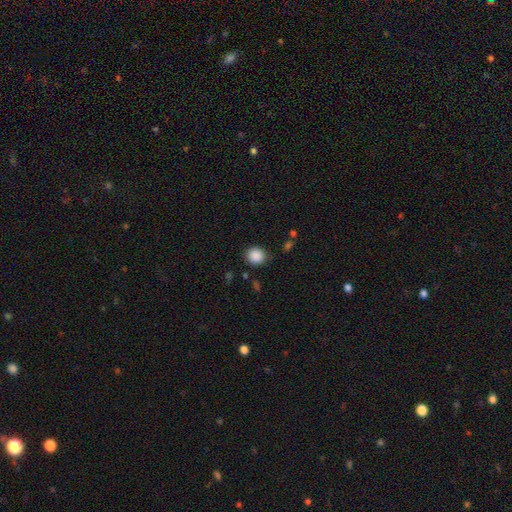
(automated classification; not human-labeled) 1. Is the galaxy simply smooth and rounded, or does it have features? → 88% smooth, 9% star or artifact, 3% featured or disk.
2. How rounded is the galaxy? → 82% round, 17% in between, 1% cigar-shaped.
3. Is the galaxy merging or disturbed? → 84% none, 10% minor disturbance, 3% major disturbance, 2% merger.